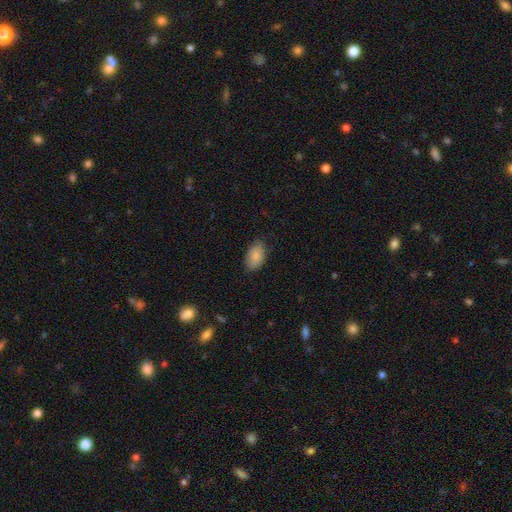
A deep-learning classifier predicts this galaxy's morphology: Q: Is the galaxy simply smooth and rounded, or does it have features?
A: smooth — 86%.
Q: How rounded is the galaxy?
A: in between — 93%.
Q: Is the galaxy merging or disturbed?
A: none — 79%.